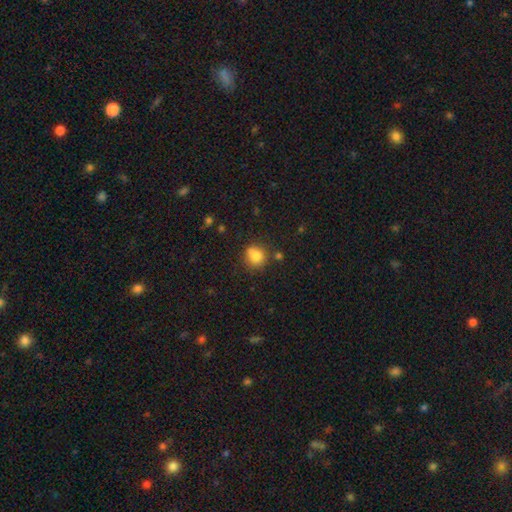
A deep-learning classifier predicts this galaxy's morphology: This appears to be a smooth galaxy with no disk features (78%) that is round (80%). Merging: none (54%).